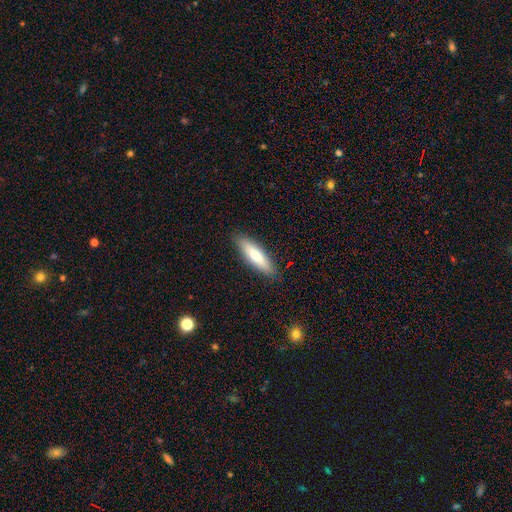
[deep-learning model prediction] smooth-or-featured: smooth: 75% | featured or disk: 19% | star or artifact: 6%
  how-rounded: cigar-shaped: 67% | in between: 31% | round: 1%
  merging: none: 88% | minor disturbance: 9% | major disturbance: 2% | merger: 1%